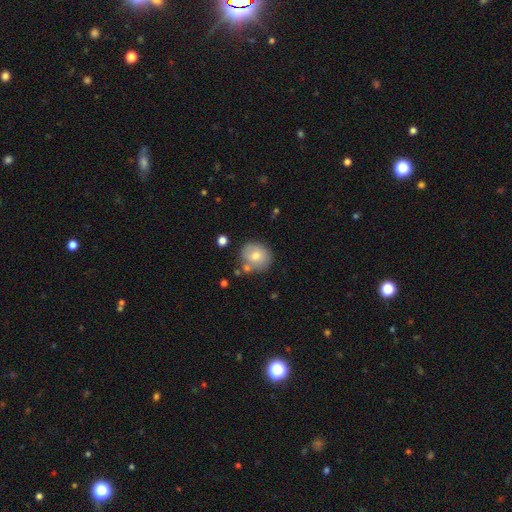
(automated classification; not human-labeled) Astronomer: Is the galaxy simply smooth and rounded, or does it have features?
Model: smooth — 69%.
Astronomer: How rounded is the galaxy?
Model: round — 82%.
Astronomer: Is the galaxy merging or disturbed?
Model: none — 66%.